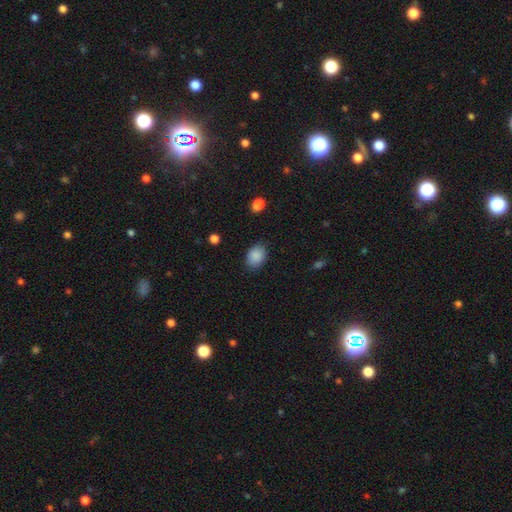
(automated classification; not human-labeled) Smooth or featured?
  - smooth: 89% *
  - star or artifact: 8%
  - featured or disk: 3%
How rounded?
  - in between: 71% *
  - round: 28%
  - cigar-shaped: 1%
Merging?
  - none: 84% *
  - minor disturbance: 12%
  - major disturbance: 3%
  - merger: 1%